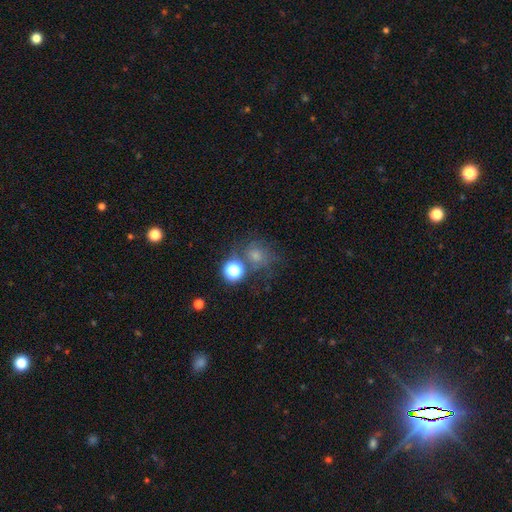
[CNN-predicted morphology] A smooth galaxy with no disk features (43%). Merging: none (60%).